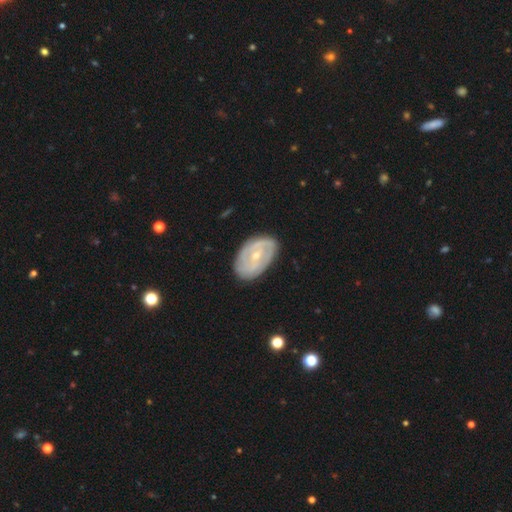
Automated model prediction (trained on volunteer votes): smooth_or_featured: featured or disk (p=0.75) [alt: smooth p=0.19]
disk_edge_on: no (p=0.95) [alt: yes p=0.05]
bar: no (p=0.47) [alt: weak p=0.39]
has_spiral_arms: yes (p=0.79) [alt: no p=0.21]
spiral_winding: tight (p=0.58) [alt: medium p=0.30]
spiral_arm_count: 2 (p=0.49) [alt: can't tell p=0.31]
bulge_size: small (p=0.66) [alt: moderate p=0.31]
merging: none (p=0.80) [alt: minor disturbance p=0.15]